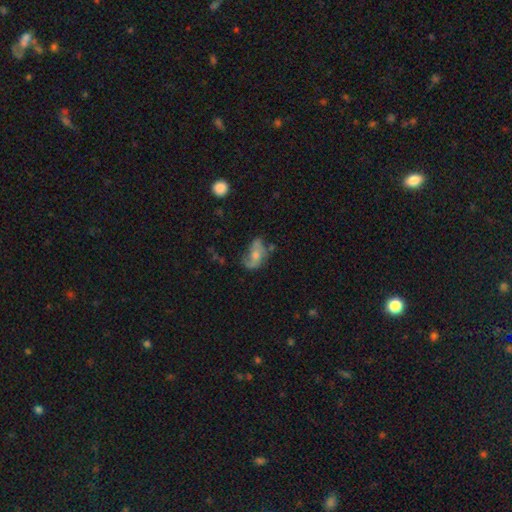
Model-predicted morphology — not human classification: smooth_or_featured: featured or disk (p=0.56) [alt: smooth p=0.34]
disk_edge_on: no (p=0.95) [alt: yes p=0.05]
bar: no (p=0.66) [alt: weak p=0.27]
has_spiral_arms: yes (p=0.75) [alt: no p=0.25]
bulge_size: moderate (p=0.56) [alt: small p=0.30]
merging: none (p=0.42) [alt: minor disturbance p=0.29]